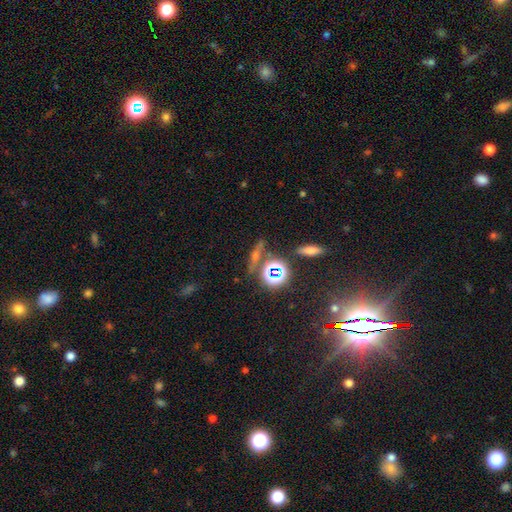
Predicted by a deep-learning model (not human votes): A star or artifact, not a galaxy (45%).

Vote fractions:
- Smooth or featured? star or artifact: 45% / featured or disk: 28% / smooth: 27%